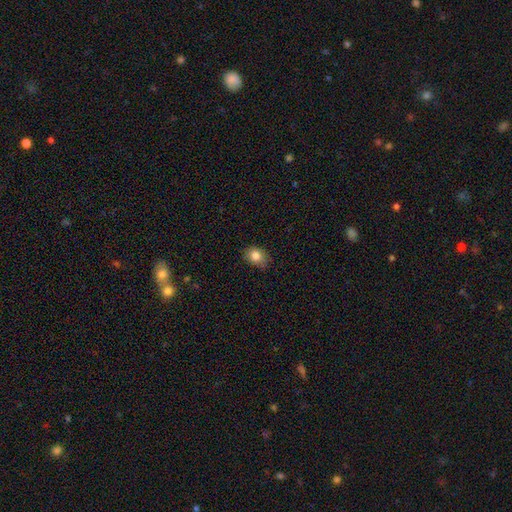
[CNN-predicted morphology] Smooth or featured? smooth (83%)
How rounded? in between (54%)
Merging? none (75%)